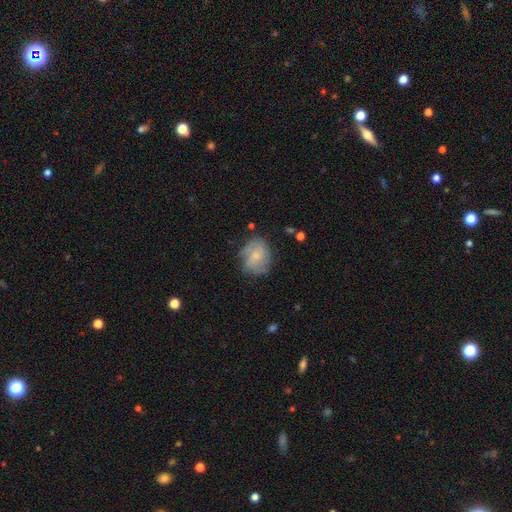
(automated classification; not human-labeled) A smooth galaxy with no disk features (52%) that is round (59%).

Vote fractions:
- Smooth or featured? smooth: 52% / featured or disk: 40% / star or artifact: 8%
- How rounded? round: 59% / in between: 40% / cigar-shaped: 1%
- Merging? none: 61% / minor disturbance: 26% / major disturbance: 10% / merger: 3%